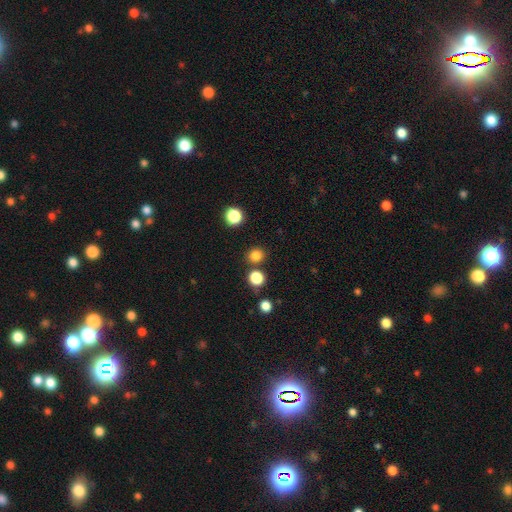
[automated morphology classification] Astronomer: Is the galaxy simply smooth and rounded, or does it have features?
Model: smooth — 81%.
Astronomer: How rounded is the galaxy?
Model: round — 82%.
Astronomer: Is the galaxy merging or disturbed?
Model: none — 83%.